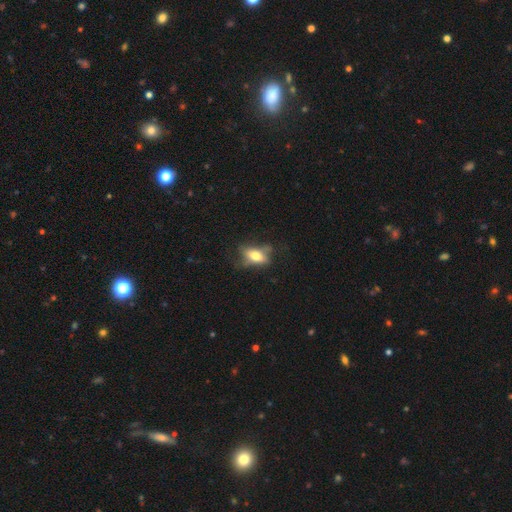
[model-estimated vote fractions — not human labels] Smooth or featured? Predicted: smooth (p=0.60). How rounded? Predicted: in between (p=0.81). Merging? Predicted: none (p=0.49).